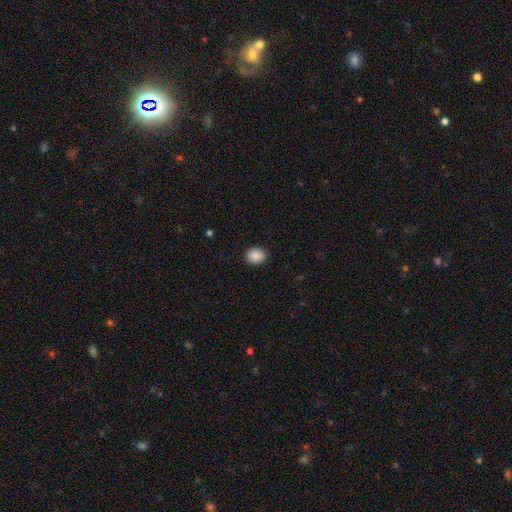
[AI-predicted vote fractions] smooth-or-featured: smooth: 89% | star or artifact: 8% | featured or disk: 3%
  how-rounded: round: 51% | in between: 48% | cigar-shaped: 1%
  merging: none: 91% | minor disturbance: 6% | major disturbance: 2% | merger: 1%